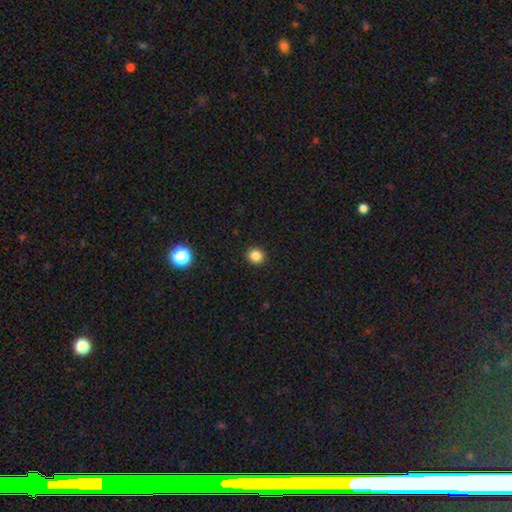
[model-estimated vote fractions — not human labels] Q: Smooth or featured?
A: smooth (85%); runner-up: star or artifact (12%)
Q: How rounded?
A: round (88%); runner-up: in between (11%)
Q: Merging?
A: none (92%); runner-up: minor disturbance (5%)